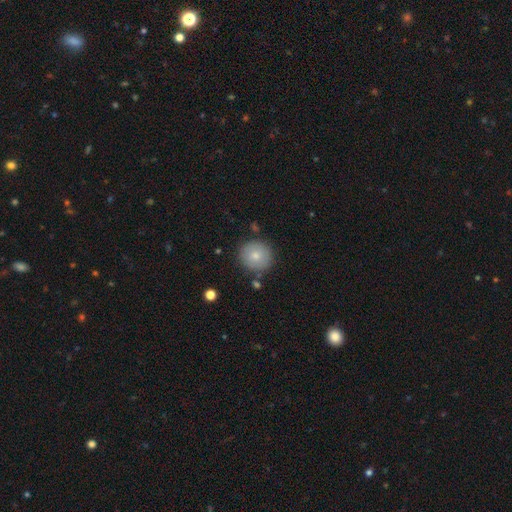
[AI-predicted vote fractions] smooth-or-featured: smooth: 78% | featured or disk: 14% | star or artifact: 8%
  how-rounded: round: 93% | in between: 6% | cigar-shaped: 1%
  merging: none: 85% | minor disturbance: 9% | merger: 3% | major disturbance: 3%